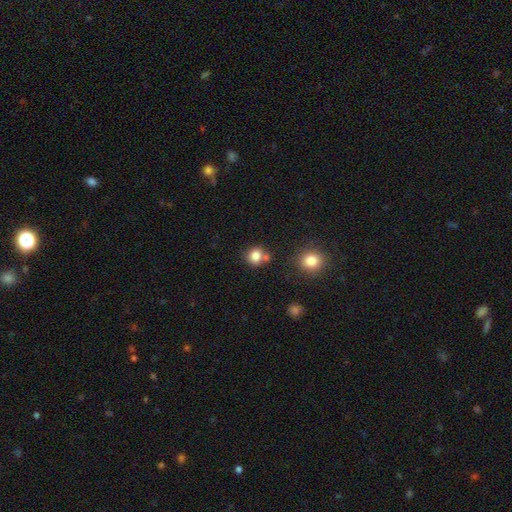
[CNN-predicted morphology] A smooth galaxy with no disk features (82%) that is round (83%).

Vote fractions:
- Smooth or featured? smooth: 82% / star or artifact: 11% / featured or disk: 7%
- How rounded? round: 83% / in between: 16% / cigar-shaped: 1%
- Merging? none: 66% / merger: 19% / minor disturbance: 12% / major disturbance: 3%